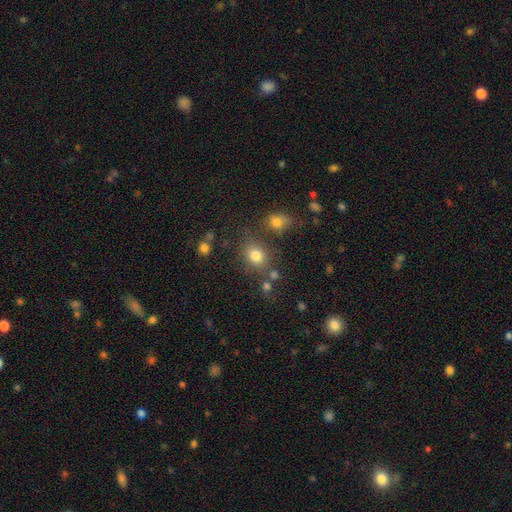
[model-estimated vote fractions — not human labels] smooth-or-featured: smooth: 79% | star or artifact: 14% | featured or disk: 7%
  how-rounded: round: 61% | in between: 38% | cigar-shaped: 1%
  merging: none: 71% | minor disturbance: 13% | merger: 11% | major disturbance: 5%